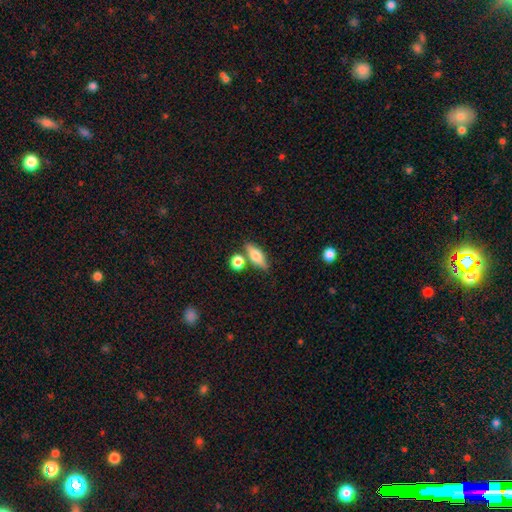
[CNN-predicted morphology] smooth 67%, featured or disk 25%, star or artifact 8%. Down the decision tree: how rounded — in between (61%); merging — none (69%).